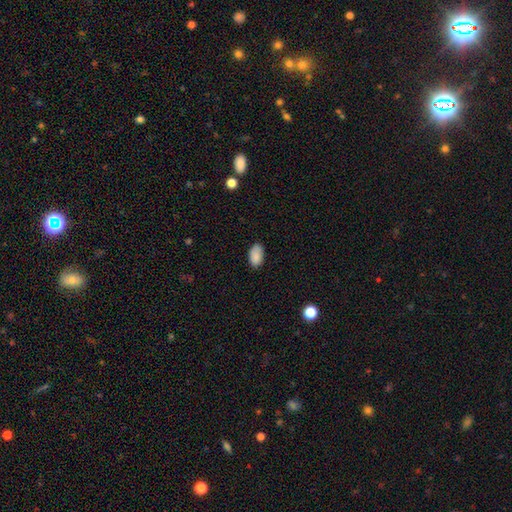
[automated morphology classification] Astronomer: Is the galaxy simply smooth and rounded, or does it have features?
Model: smooth — 88%.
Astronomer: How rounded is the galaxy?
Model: in between — 93%.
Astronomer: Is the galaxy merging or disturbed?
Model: none — 78%.